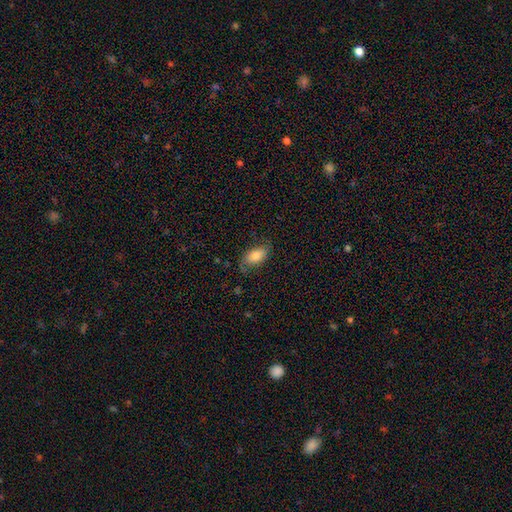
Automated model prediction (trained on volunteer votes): A smooth galaxy with no disk features (73%) that is in between round and cigar-shaped (91%).

Vote fractions:
- Smooth or featured? smooth: 73% / featured or disk: 19% / star or artifact: 8%
- How rounded? in between: 91% / round: 5% / cigar-shaped: 3%
- Merging? none: 67% / minor disturbance: 23% / major disturbance: 8% / merger: 1%